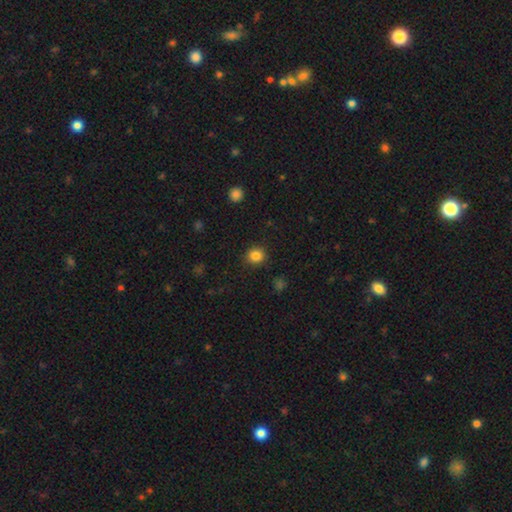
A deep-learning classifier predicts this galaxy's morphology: Smooth or featured? Predicted: smooth (p=0.84). How rounded? Predicted: round (p=0.86). Merging? Predicted: none (p=0.90).